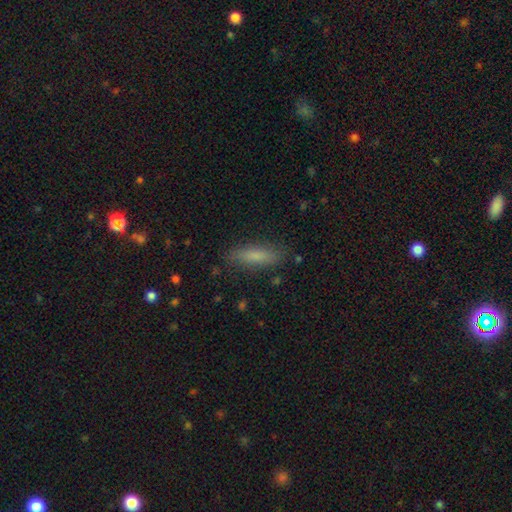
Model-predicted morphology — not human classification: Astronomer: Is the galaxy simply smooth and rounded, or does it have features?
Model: smooth — 76%.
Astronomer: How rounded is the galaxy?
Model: cigar-shaped — 68%.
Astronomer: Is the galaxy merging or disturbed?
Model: none — 85%.